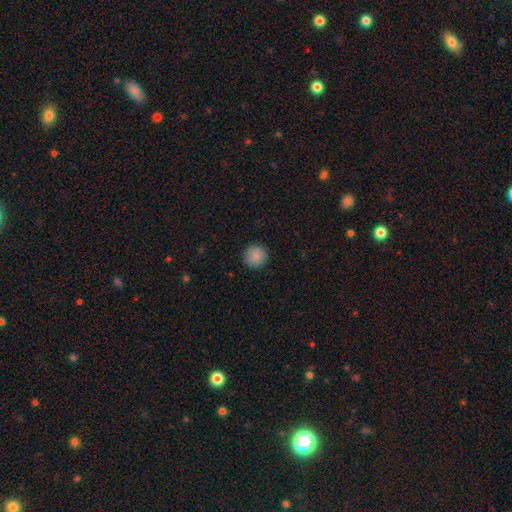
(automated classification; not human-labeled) Morphology: type=smooth (87%); roundness=round (95%); merging=none (91%).